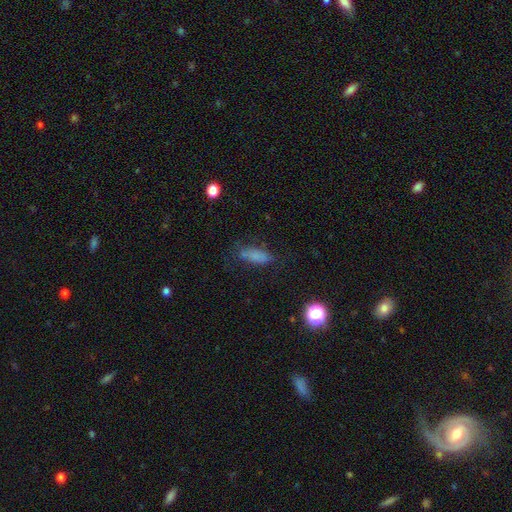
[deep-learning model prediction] A smooth galaxy with no disk features (72%) that is in between round and cigar-shaped (68%). Merging: none (62%).